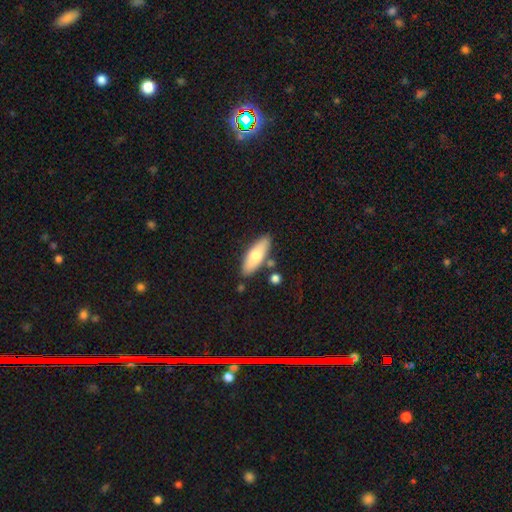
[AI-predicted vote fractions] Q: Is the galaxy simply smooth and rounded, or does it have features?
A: smooth — 67%.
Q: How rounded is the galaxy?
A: in between — 70%.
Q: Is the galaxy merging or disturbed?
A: none — 81%.